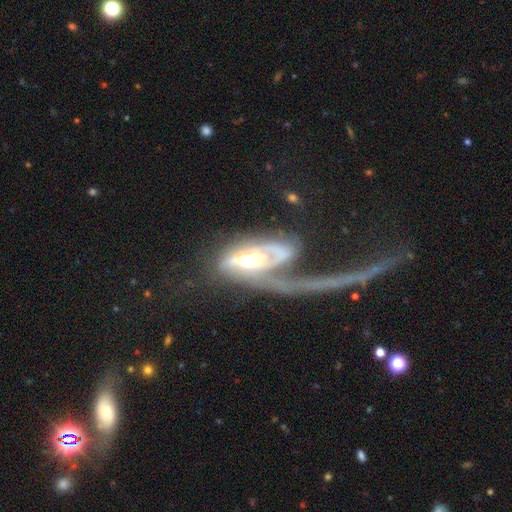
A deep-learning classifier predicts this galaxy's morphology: Smooth or featured?
  - featured or disk: 68% *
  - smooth: 24%
  - star or artifact: 8%
Edge-on disk?
  - no: 88% *
  - yes: 12%
Bar?
  - no: 70% *
  - weak: 21%
  - strong: 10%
Spiral arms?
  - yes: 53% *
  - no: 47%
Bulge size?
  - moderate: 62% *
  - large: 16%
  - small: 16%
  - none: 3%
  - dominant: 3%
Merging?
  - merger: 42% *
  - major disturbance: 40%
  - none: 10%
  - minor disturbance: 7%